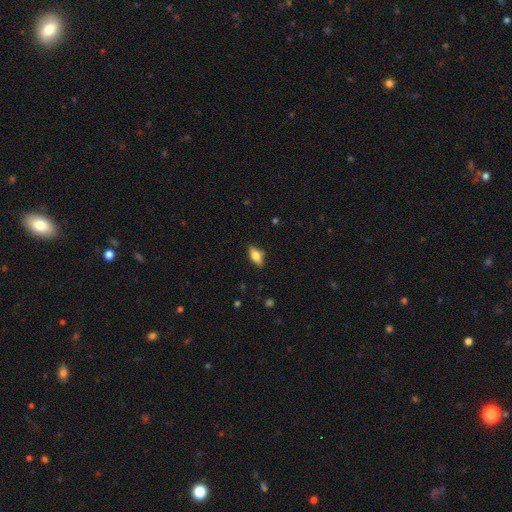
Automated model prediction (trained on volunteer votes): Smooth or featured: smooth — 71% (featured or disk — 21%)
How rounded: in between — 83% (cigar-shaped — 12%)
Merging: none — 83% (minor disturbance — 14%)